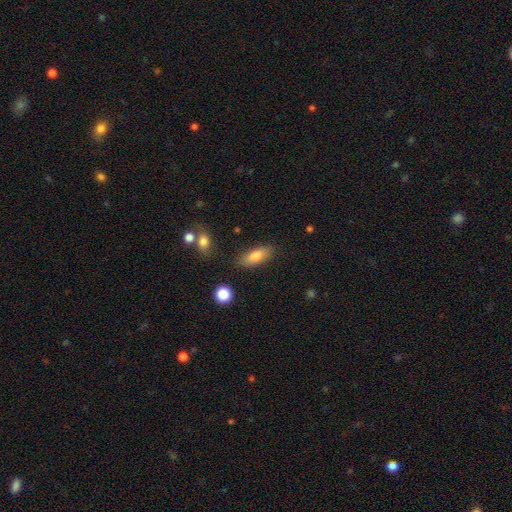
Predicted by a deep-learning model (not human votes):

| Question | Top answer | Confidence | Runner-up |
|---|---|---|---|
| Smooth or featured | smooth | 79% | featured or disk (13%) |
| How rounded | in between | 68% | cigar-shaped (29%) |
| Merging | none | 82% | minor disturbance (12%) |